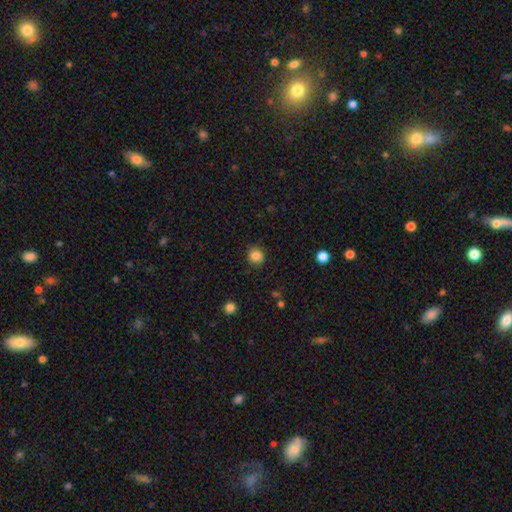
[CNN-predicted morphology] smooth 84%, star or artifact 11%, featured or disk 5%. Down the decision tree: how rounded — round (88%); merging — none (88%).